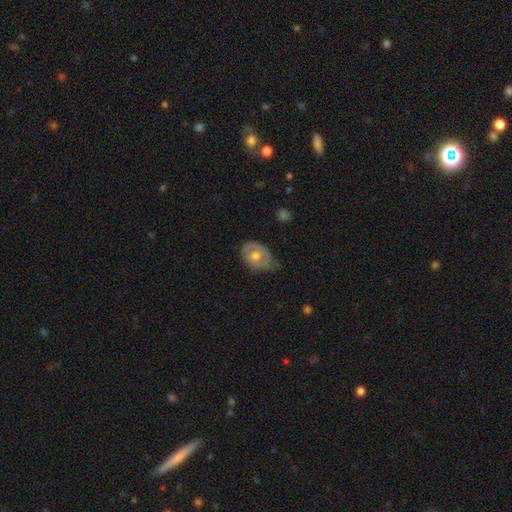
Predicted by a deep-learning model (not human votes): A smooth galaxy with no disk features (50%) that is in between round and cigar-shaped (67%). Merging: none (43%).